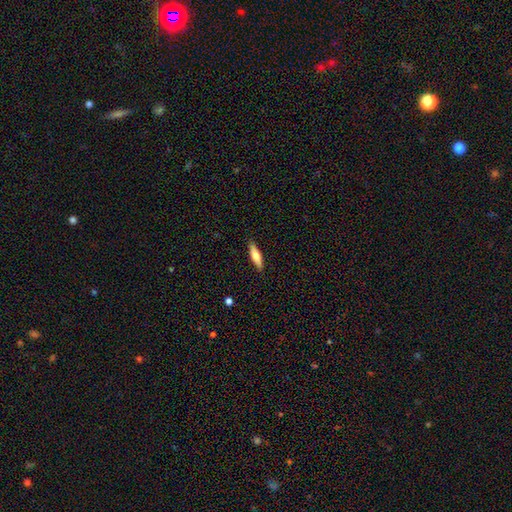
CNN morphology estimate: type=smooth (63%); roundness=cigar-shaped (66%); merging=none (89%).